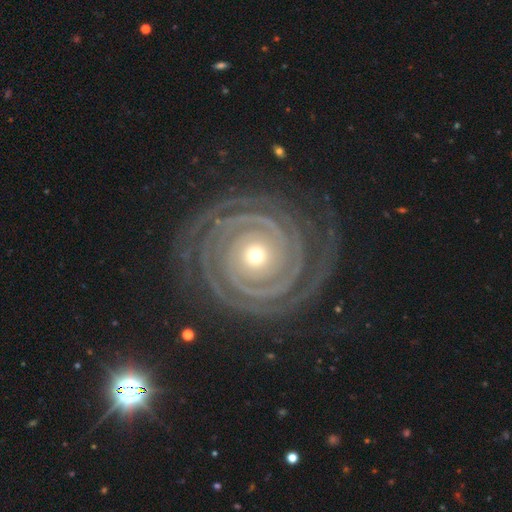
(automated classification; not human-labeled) Smooth or featured: featured or disk — 92% (star or artifact — 5%)
Edge-on disk: no — 97% (yes — 3%)
Bar: no — 80% (weak — 10%)
Spiral arms: yes — 98% (no — 2%)
Spiral winding: tight — 89% (medium — 9%)
Spiral arm count: 2 — 51% (3 — 13%)
Bulge size: small — 55% (moderate — 40%)
Merging: none — 81% (minor disturbance — 12%)